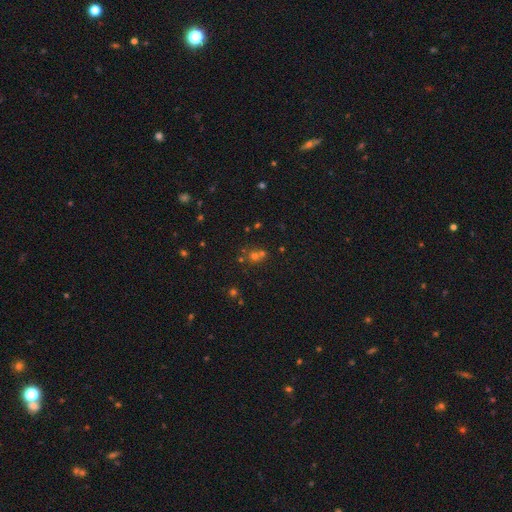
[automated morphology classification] smooth-or-featured: smooth: 55% | star or artifact: 31% | featured or disk: 15%
  how-rounded: round: 81% | in between: 18% | cigar-shaped: 1%
  merging: none: 49% | merger: 39% | minor disturbance: 8% | major disturbance: 4%